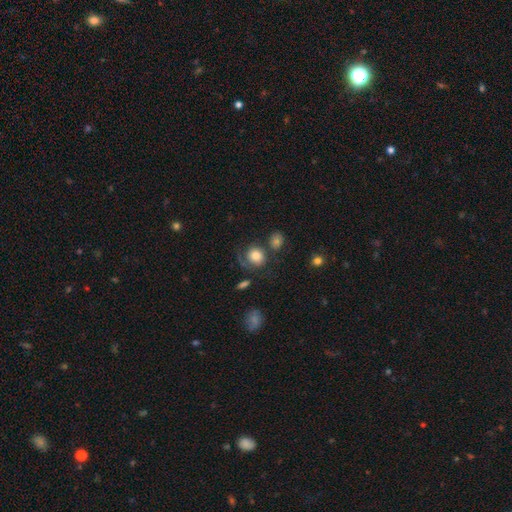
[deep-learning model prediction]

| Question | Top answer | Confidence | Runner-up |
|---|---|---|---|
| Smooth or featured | smooth | 75% | featured or disk (16%) |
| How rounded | round | 77% | in between (22%) |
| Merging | none | 48% | major disturbance (20%) |